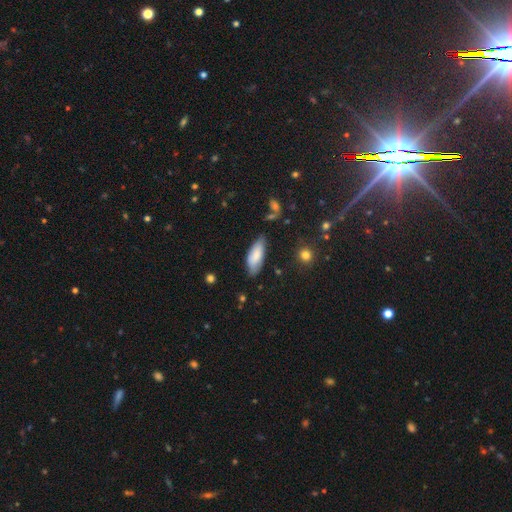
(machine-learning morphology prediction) smooth 78%, featured or disk 15%, star or artifact 6%. Down the decision tree: how rounded — in between (79%); merging — none (68%).